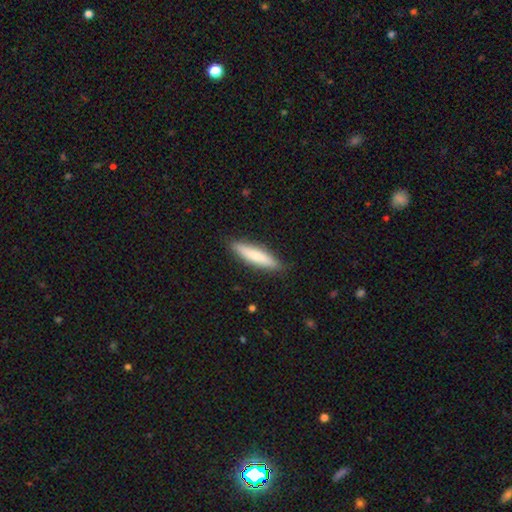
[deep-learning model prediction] smooth-or-featured: smooth: 75% | featured or disk: 20% | star or artifact: 5%
  how-rounded: cigar-shaped: 82% | in between: 16% | round: 1%
  merging: none: 88% | minor disturbance: 9% | major disturbance: 2% | merger: 1%